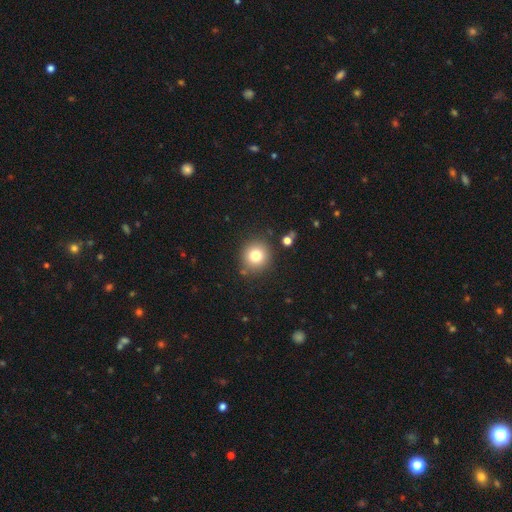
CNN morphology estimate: Smooth or featured? smooth (80%)
How rounded? round (90%)
Merging? none (85%)